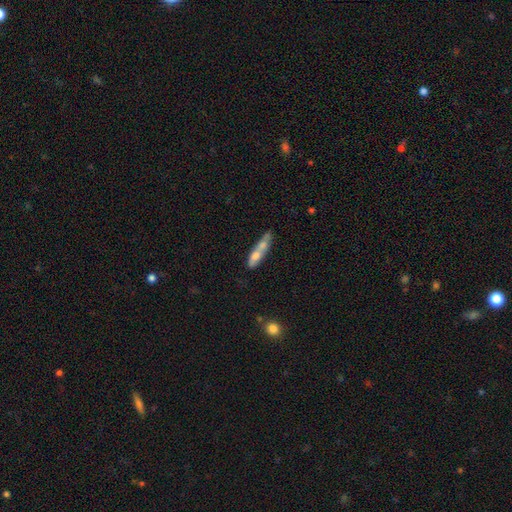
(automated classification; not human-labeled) A smooth galaxy with no disk features (59%) that is cigar-shaped (67%). Merging: merger (39%).